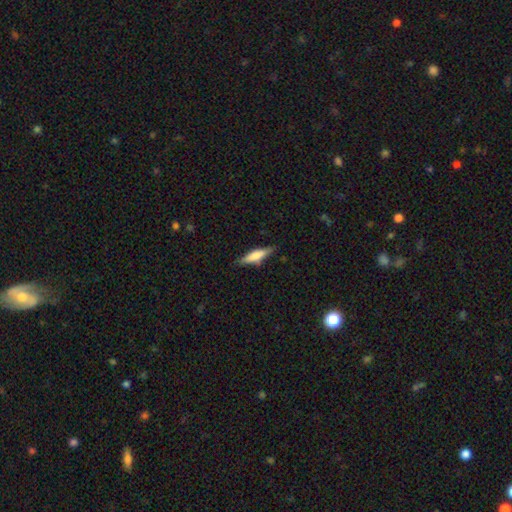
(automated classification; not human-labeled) Q: Smooth or featured?
A: smooth (62%); runner-up: featured or disk (32%)
Q: How rounded?
A: cigar-shaped (73%); runner-up: in between (25%)
Q: Merging?
A: none (82%); runner-up: minor disturbance (13%)